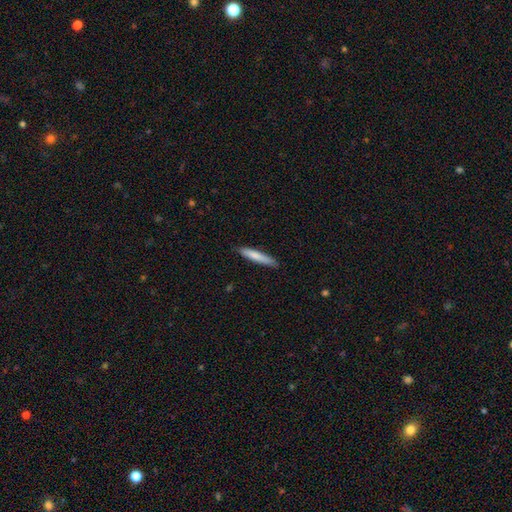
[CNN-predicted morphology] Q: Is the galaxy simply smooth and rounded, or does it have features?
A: smooth — 79%.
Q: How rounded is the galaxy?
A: cigar-shaped — 91%.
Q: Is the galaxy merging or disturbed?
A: none — 86%.